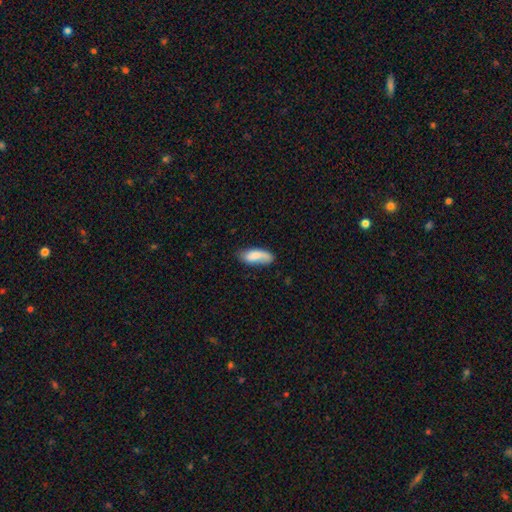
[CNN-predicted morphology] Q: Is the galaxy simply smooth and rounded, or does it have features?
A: smooth — 74%.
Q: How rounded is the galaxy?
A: in between — 81%.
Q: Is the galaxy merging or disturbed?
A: none — 56%.